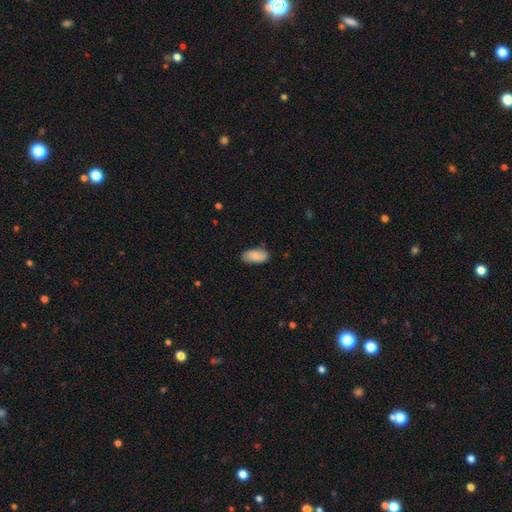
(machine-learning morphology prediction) The model was most divided on "merging": none: 82%, minor disturbance: 14%, major disturbance: 3%, merger: 1%. More confident: how rounded — in between (94%); smooth or featured — smooth (88%).